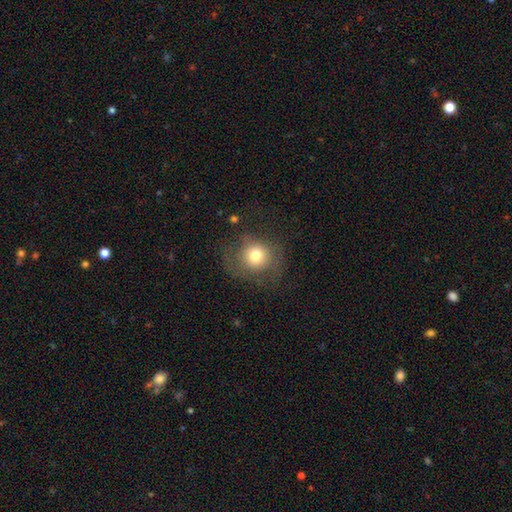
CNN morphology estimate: Q: Smooth or featured?
A: smooth (72%); runner-up: featured or disk (16%)
Q: How rounded?
A: round (82%); runner-up: in between (17%)
Q: Merging?
A: none (57%); runner-up: minor disturbance (21%)